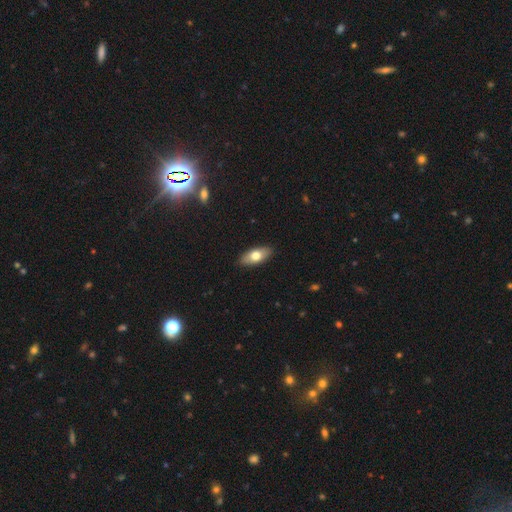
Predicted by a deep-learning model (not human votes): Q: Smooth or featured?
A: smooth (72%); runner-up: featured or disk (22%)
Q: How rounded?
A: in between (86%); runner-up: cigar-shaped (11%)
Q: Merging?
A: none (89%); runner-up: minor disturbance (8%)